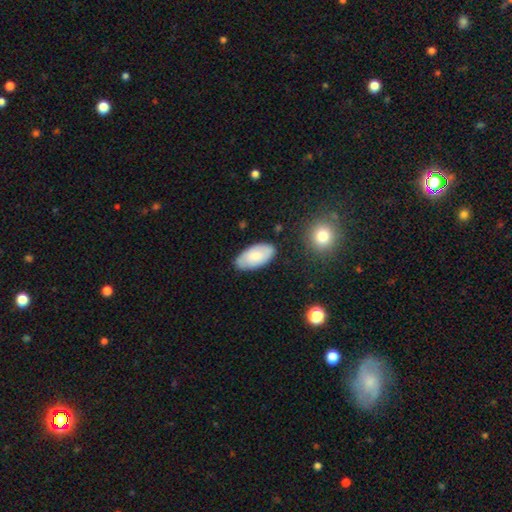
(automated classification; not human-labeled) This appears to be a smooth galaxy with no disk features (77%) that is in between round and cigar-shaped (95%). Merging: none (81%).